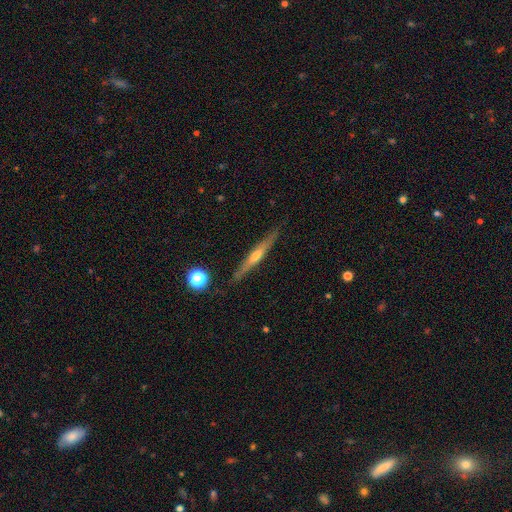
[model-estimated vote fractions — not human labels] A featured or disk galaxy (70%) viewed edge-on (97%) with a rounded central bulge (79%). Merging: none (89%).